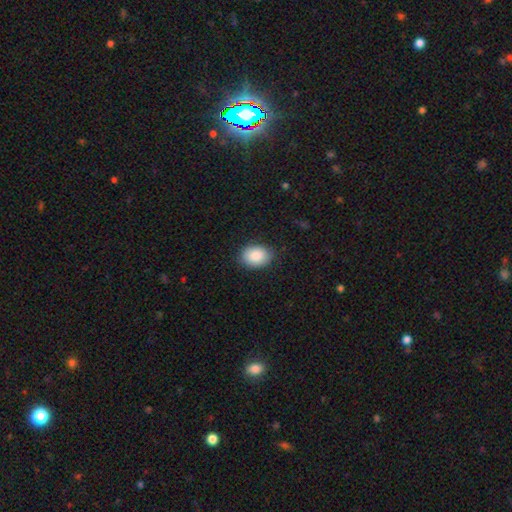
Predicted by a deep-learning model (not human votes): smooth_or_featured: smooth (p=0.88) [alt: star or artifact p=0.07]
how_rounded: in between (p=0.71) [alt: round p=0.28]
merging: none (p=0.84) [alt: minor disturbance p=0.13]